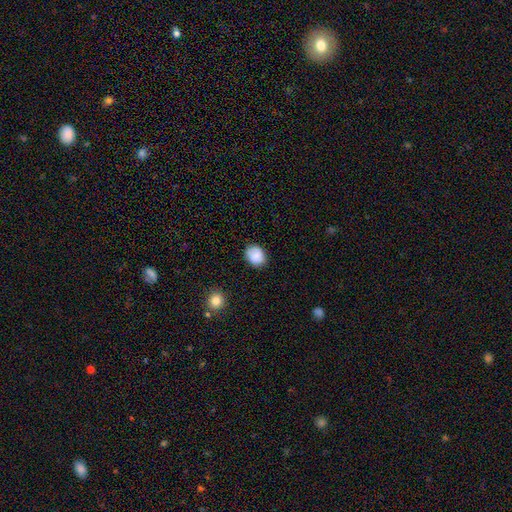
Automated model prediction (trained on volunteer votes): Smooth or featured?
  - smooth: 86% *
  - star or artifact: 8%
  - featured or disk: 6%
How rounded?
  - round: 56% *
  - in between: 43%
  - cigar-shaped: 1%
Merging?
  - none: 82% *
  - minor disturbance: 13%
  - major disturbance: 3%
  - merger: 1%